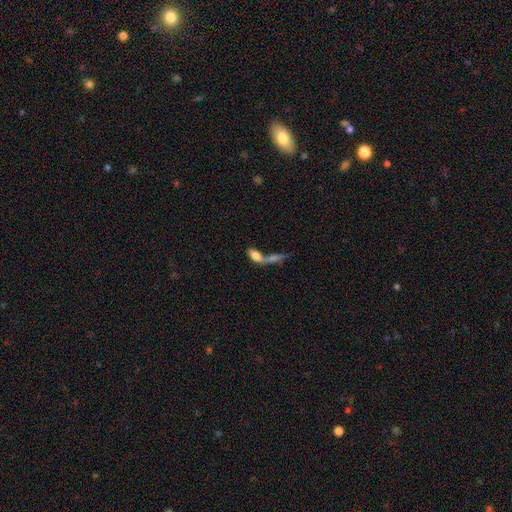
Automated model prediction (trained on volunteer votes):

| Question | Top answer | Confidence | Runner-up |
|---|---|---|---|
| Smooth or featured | smooth | 66% | featured or disk (24%) |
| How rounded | in between | 73% | cigar-shaped (20%) |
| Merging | merger | 66% | none (18%) |